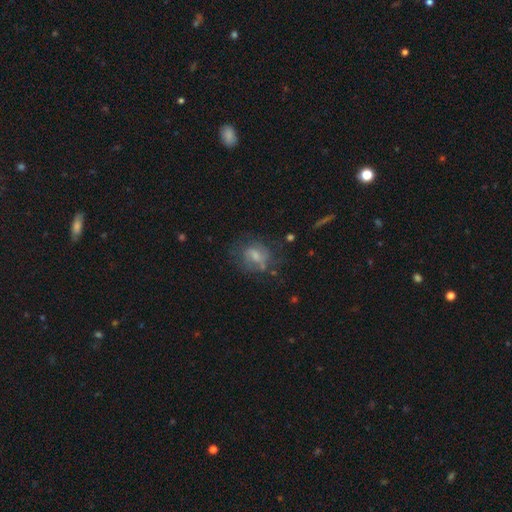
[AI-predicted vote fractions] smooth_or_featured: smooth (p=0.50) [alt: featured or disk p=0.39]
merging: none (p=0.52) [alt: minor disturbance p=0.24]